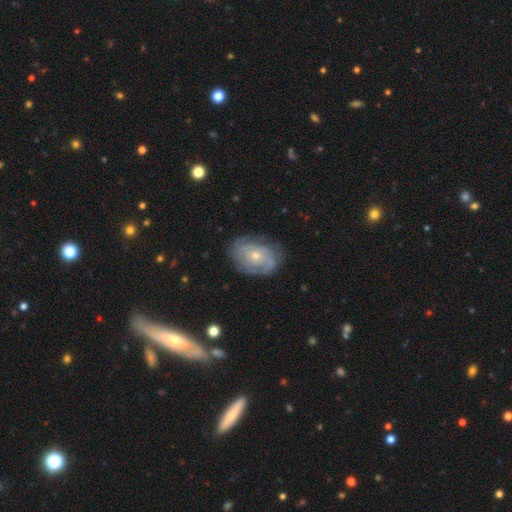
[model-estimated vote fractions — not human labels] Overall: featured or disk (69%). Edge-on disk: no (95%). Bar: no (81%). Spiral arms: yes (83%). Spiral arm count: can't tell (47%; 2 25%). Spiral winding: tight (64%; medium 26%). Bulge size: small (60%; moderate 37%). Merging: none (73%).